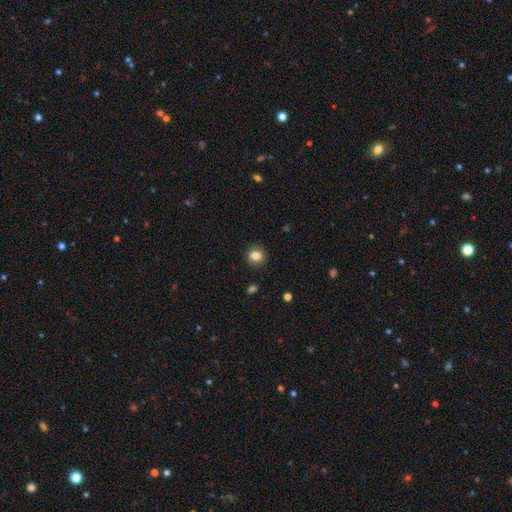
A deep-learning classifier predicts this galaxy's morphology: Overall: smooth (81%). How rounded: round (77%). Merging: none (88%).